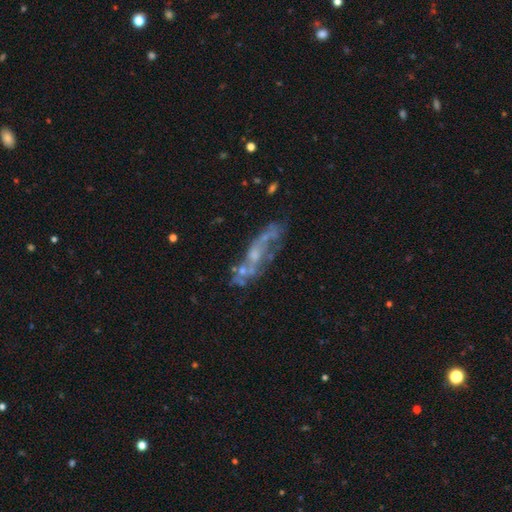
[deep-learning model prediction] smooth_or_featured: featured or disk (p=0.66) [alt: smooth p=0.21]
disk_edge_on: no (p=0.70) [alt: yes p=0.30]
merging: none (p=0.58) [alt: minor disturbance p=0.18]